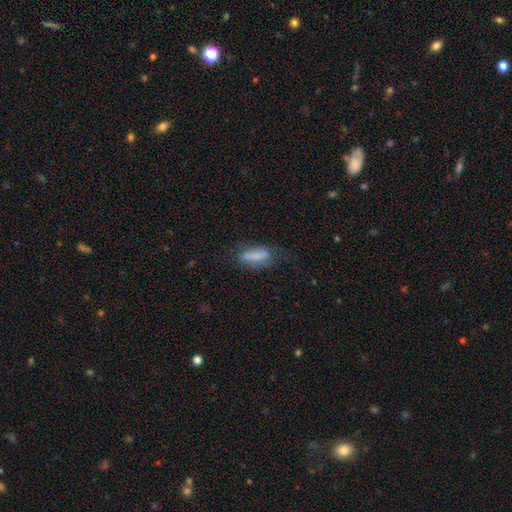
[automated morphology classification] Smooth or featured?
  - smooth: 73% *
  - featured or disk: 18%
  - star or artifact: 9%
How rounded?
  - in between: 53% *
  - cigar-shaped: 44%
  - round: 3%
Merging?
  - none: 58% *
  - minor disturbance: 25%
  - major disturbance: 15%
  - merger: 3%